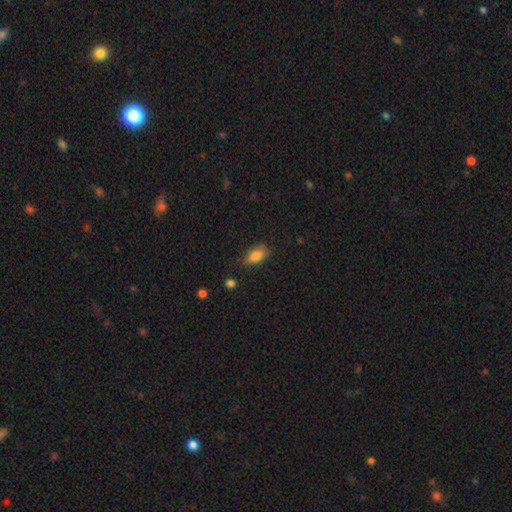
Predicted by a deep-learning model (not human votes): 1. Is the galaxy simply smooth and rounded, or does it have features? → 84% smooth, 8% star or artifact, 8% featured or disk.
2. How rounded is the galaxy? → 88% in between, 7% round, 5% cigar-shaped.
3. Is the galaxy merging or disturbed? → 75% none, 19% minor disturbance, 4% major disturbance, 2% merger.